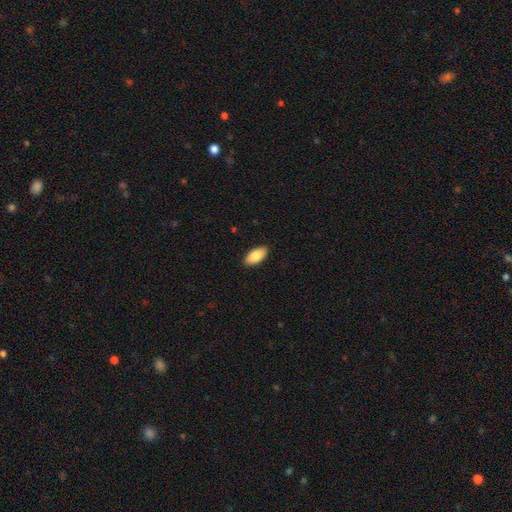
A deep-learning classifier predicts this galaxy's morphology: smooth_or_featured: smooth (p=0.85) [alt: featured or disk p=0.08]
how_rounded: in between (p=0.93) [alt: cigar-shaped p=0.05]
merging: none (p=0.89) [alt: minor disturbance p=0.08]